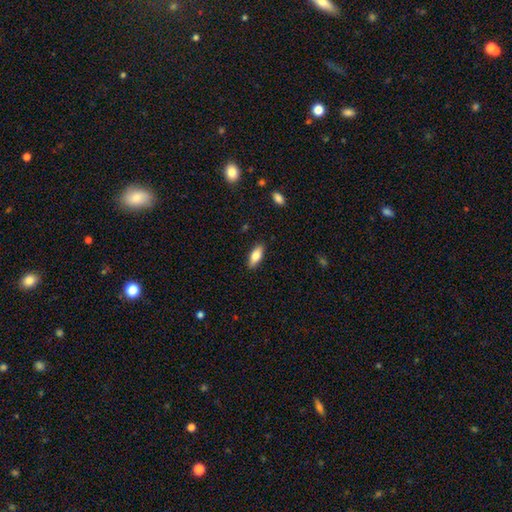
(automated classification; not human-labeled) A smooth galaxy with no disk features (77%) that is in between round and cigar-shaped (75%). Merging: none (89%).